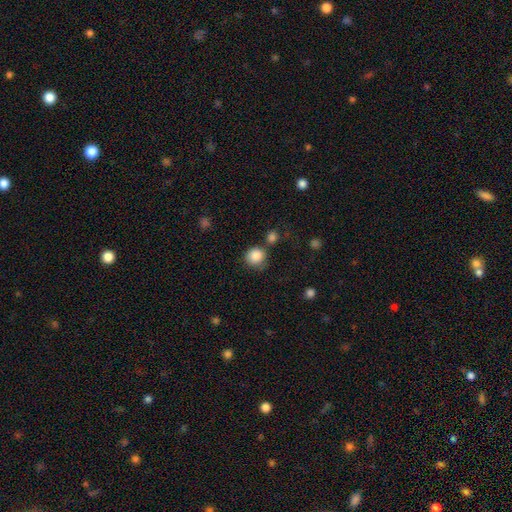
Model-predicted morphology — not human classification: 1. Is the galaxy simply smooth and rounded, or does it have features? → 87% smooth, 9% star or artifact, 4% featured or disk.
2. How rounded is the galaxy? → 88% round, 11% in between, 1% cigar-shaped.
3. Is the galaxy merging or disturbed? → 66% none, 15% minor disturbance, 13% merger, 5% major disturbance.